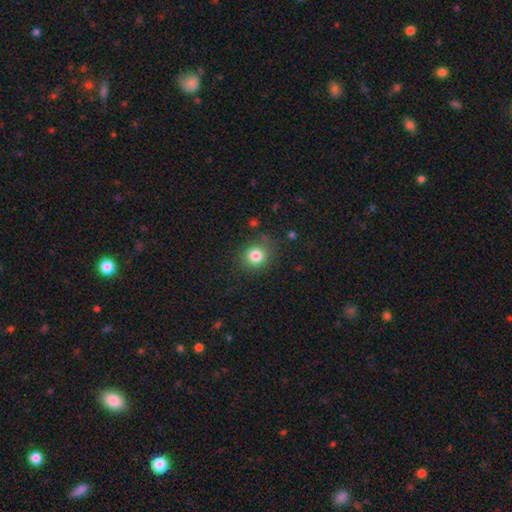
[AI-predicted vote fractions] Smooth or featured? smooth (82%)
How rounded? round (83%)
Merging? none (83%)